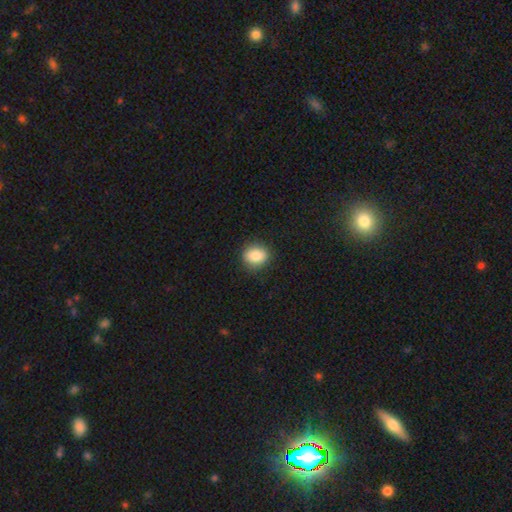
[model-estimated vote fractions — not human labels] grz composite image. It shows a smooth galaxy with no disk features (86%) that is round (57%). Merging: none (87%).